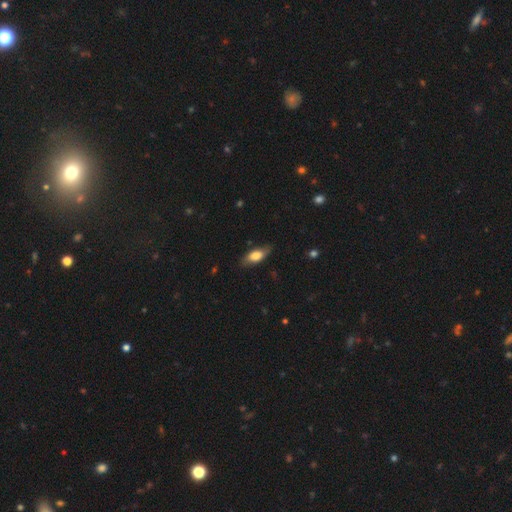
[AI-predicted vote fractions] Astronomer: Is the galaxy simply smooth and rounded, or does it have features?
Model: smooth — 71%.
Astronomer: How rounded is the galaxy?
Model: in between — 80%.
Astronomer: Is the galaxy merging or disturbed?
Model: none — 76%.